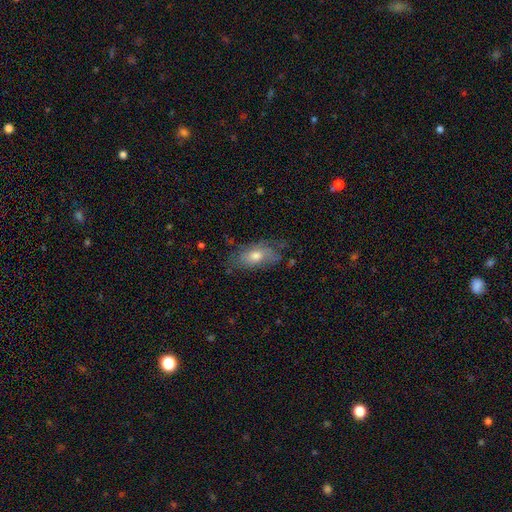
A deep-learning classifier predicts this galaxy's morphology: This is possibly a smooth galaxy (53%). How rounded: clearly in between (85%). Merging: possibly none (57%).